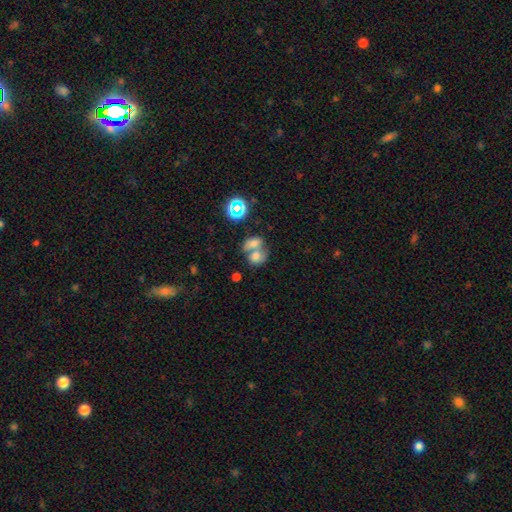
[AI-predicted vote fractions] smooth 67%, featured or disk 18%, star or artifact 14%. Down the decision tree: how rounded — in between (56%); merging — merger (66%).